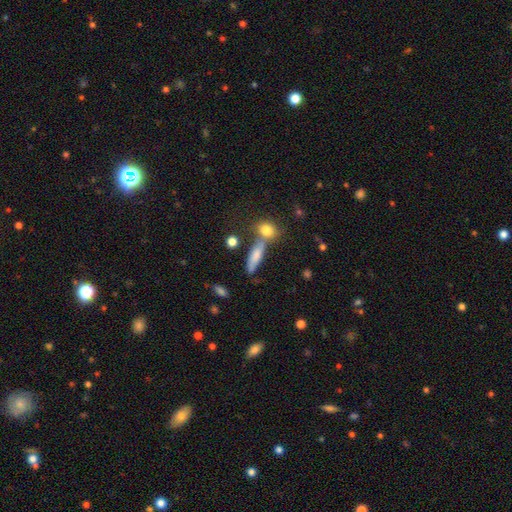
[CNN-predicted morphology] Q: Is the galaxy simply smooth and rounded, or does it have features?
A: smooth — 69%.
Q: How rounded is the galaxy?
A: cigar-shaped — 61%.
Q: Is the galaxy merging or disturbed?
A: none — 54%.